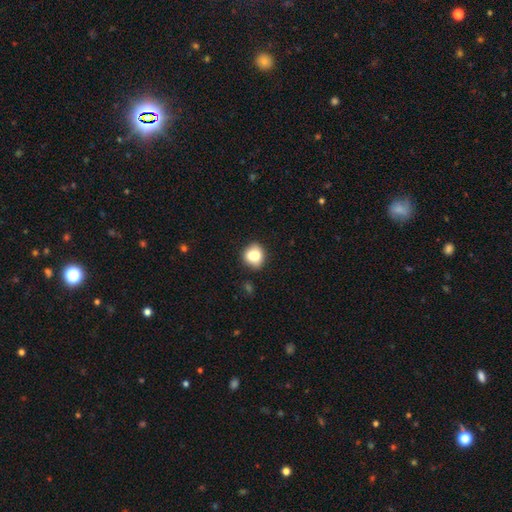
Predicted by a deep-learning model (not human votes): A smooth galaxy with no disk features (77%) that is round (72%).

Vote fractions:
- Smooth or featured? smooth: 77% / featured or disk: 14% / star or artifact: 9%
- How rounded? round: 72% / in between: 27% / cigar-shaped: 1%
- Merging? none: 62% / merger: 17% / minor disturbance: 16% / major disturbance: 4%